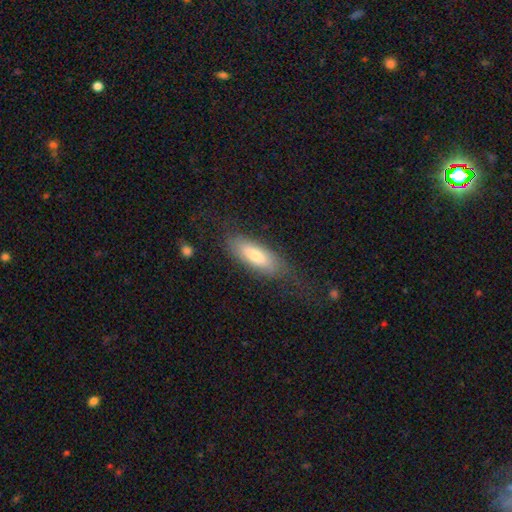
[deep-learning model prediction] Smooth or featured? smooth (65%)
How rounded? in between (63%)
Merging? none (64%)